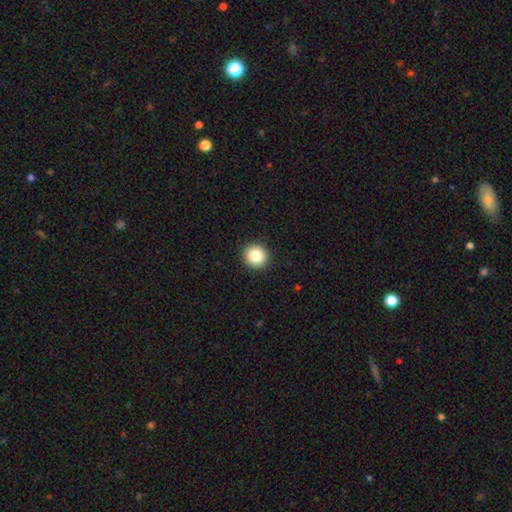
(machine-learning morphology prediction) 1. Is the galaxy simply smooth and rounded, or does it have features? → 84% smooth, 10% star or artifact, 7% featured or disk.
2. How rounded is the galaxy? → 92% round, 7% in between, 1% cigar-shaped.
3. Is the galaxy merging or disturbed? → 93% none, 5% minor disturbance, 2% major disturbance, 1% merger.